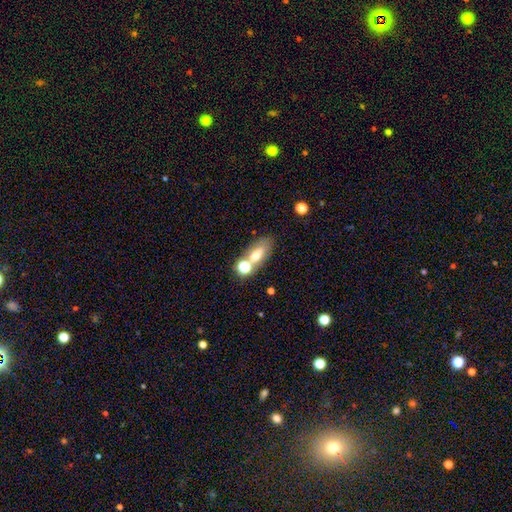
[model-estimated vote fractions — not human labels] Smooth or featured?
  - smooth: 62% *
  - featured or disk: 26%
  - star or artifact: 12%
How rounded?
  - in between: 74% *
  - cigar-shaped: 13%
  - round: 13%
Merging?
  - none: 53% *
  - merger: 27%
  - minor disturbance: 13%
  - major disturbance: 6%